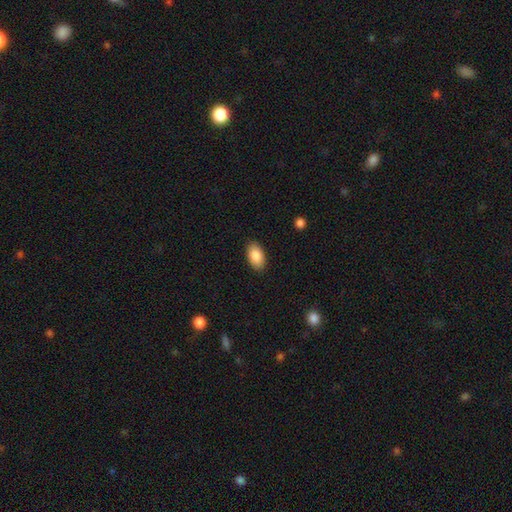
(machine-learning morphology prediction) This appears to be a smooth galaxy with no disk features (89%) that is in between round and cigar-shaped (95%). Merging: none (89%).